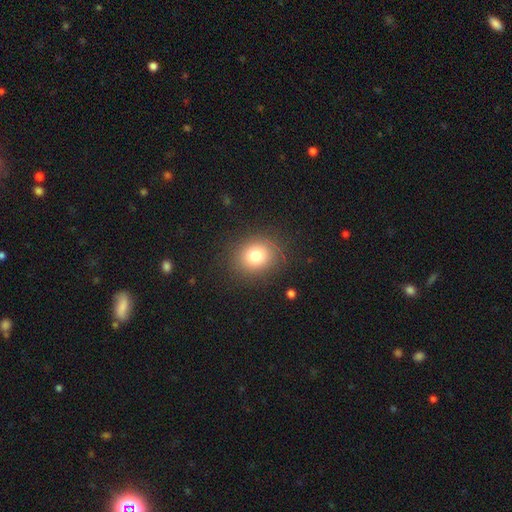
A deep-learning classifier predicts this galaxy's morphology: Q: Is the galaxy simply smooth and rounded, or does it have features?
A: smooth — 77%.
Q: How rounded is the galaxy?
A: round — 71%.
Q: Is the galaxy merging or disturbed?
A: none — 85%.